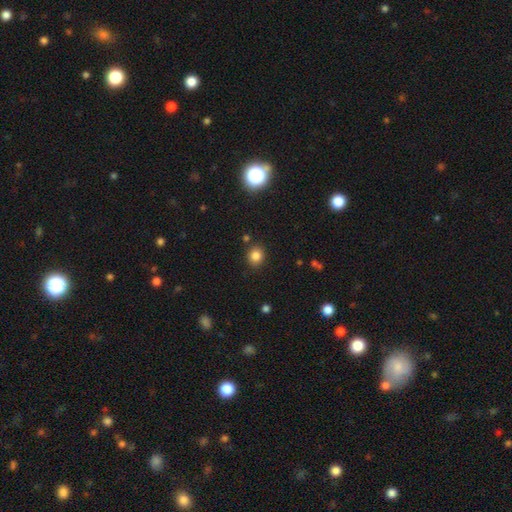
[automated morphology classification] This appears to be a smooth galaxy with no disk features (82%) that is round (80%). Merging: none (86%).